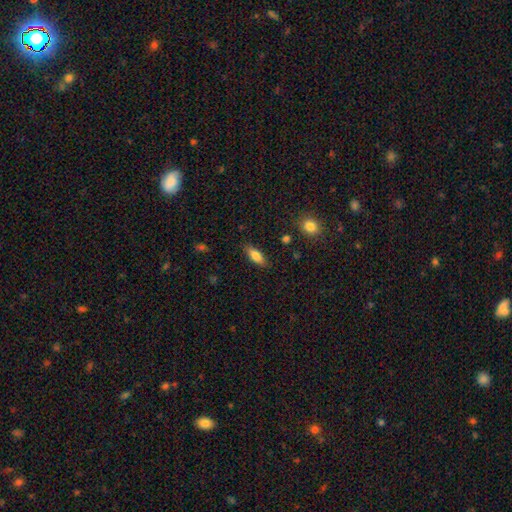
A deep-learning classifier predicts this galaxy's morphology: Smooth or featured: smooth — 80% (featured or disk — 13%)
How rounded: in between — 69% (cigar-shaped — 29%)
Merging: none — 85% (minor disturbance — 11%)